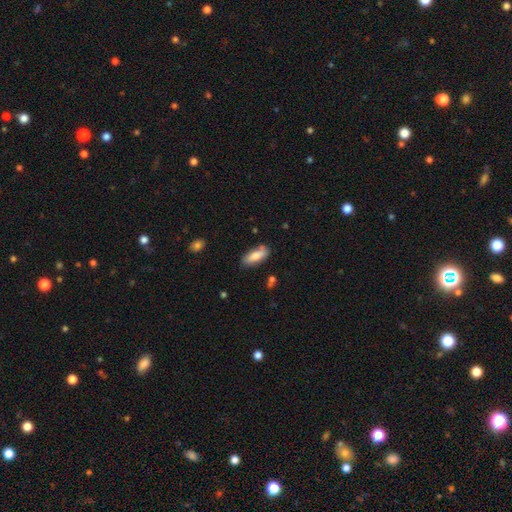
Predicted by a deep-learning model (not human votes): Q: Smooth or featured?
A: smooth (72%); runner-up: featured or disk (21%)
Q: How rounded?
A: in between (72%); runner-up: cigar-shaped (26%)
Q: Merging?
A: none (74%); runner-up: minor disturbance (18%)